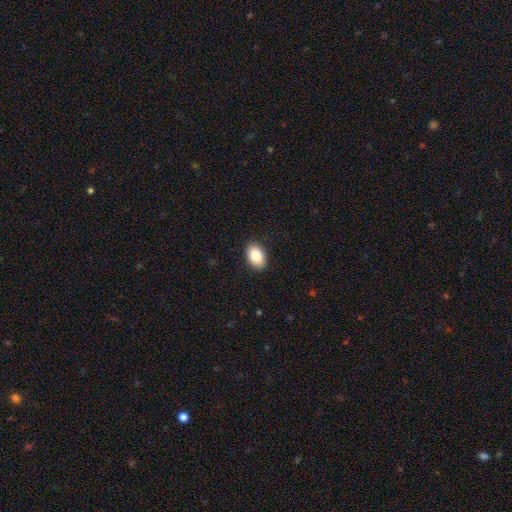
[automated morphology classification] A smooth galaxy with no disk features (87%) that is in between round and cigar-shaped (89%).

Vote fractions:
- Smooth or featured? smooth: 87% / star or artifact: 7% / featured or disk: 6%
- How rounded? in between: 89% / round: 9% / cigar-shaped: 1%
- Merging? none: 90% / minor disturbance: 7% / major disturbance: 2% / merger: 1%